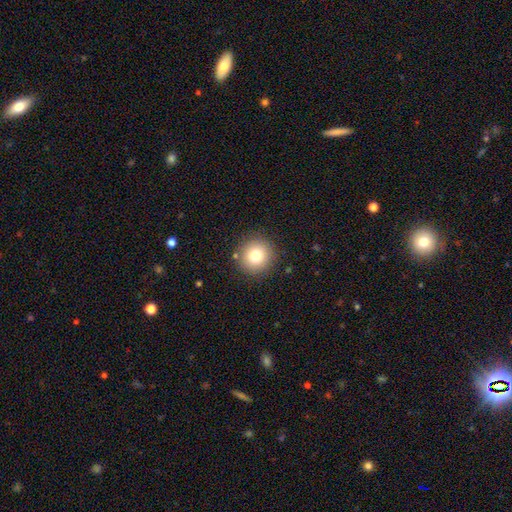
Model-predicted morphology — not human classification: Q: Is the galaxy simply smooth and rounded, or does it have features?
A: smooth — 77%.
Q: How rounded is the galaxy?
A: round — 94%.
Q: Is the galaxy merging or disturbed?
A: none — 88%.